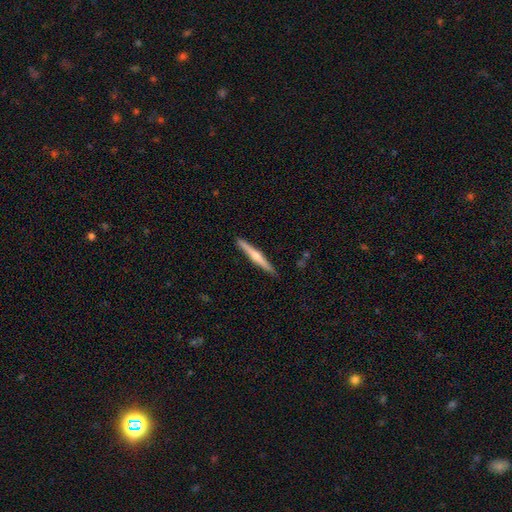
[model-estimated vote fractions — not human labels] Overall: featured or disk (63%; smooth 31%). Edge-on disk: yes (98%). Edge-on bulge: rounded (79%). Merging: none (91%).